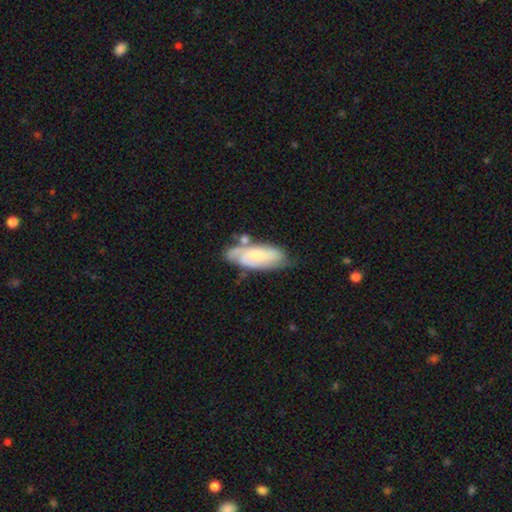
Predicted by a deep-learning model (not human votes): Smooth or featured?
  - featured or disk: 57% *
  - smooth: 36%
  - star or artifact: 7%
Edge-on disk?
  - no: 89% *
  - yes: 11%
Bar?
  - no: 63% *
  - weak: 30%
  - strong: 7%
Spiral arms?
  - yes: 86% *
  - no: 14%
Bulge size?
  - small: 47% *
  - moderate: 32%
  - none: 14%
  - large: 5%
  - dominant: 2%
Merging?
  - none: 51% *
  - minor disturbance: 25%
  - merger: 14%
  - major disturbance: 10%